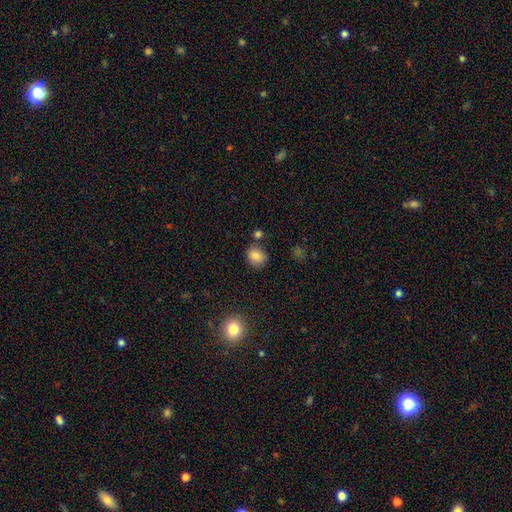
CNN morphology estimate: Overall: smooth (82%). How rounded: round (70%). Merging: none (77%).